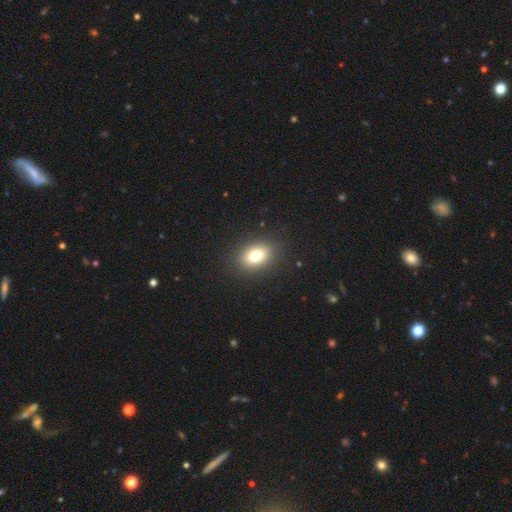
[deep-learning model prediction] This appears to be a smooth galaxy with no disk features (80%) that is in between round and cigar-shaped (73%). Merging: none (88%).